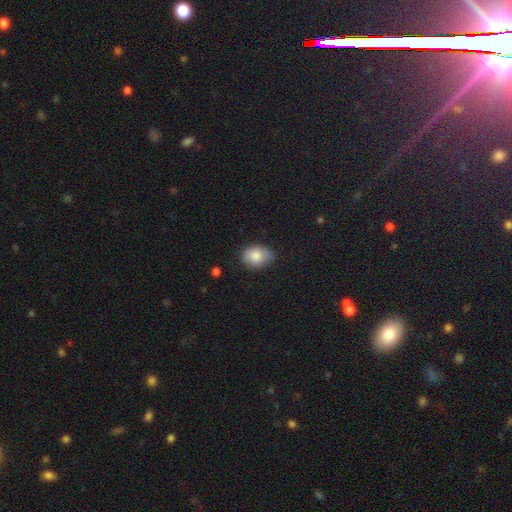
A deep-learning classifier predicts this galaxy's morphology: Q: Smooth or featured?
A: smooth (83%); runner-up: featured or disk (9%)
Q: How rounded?
A: in between (64%); runner-up: round (35%)
Q: Merging?
A: none (67%); runner-up: minor disturbance (27%)